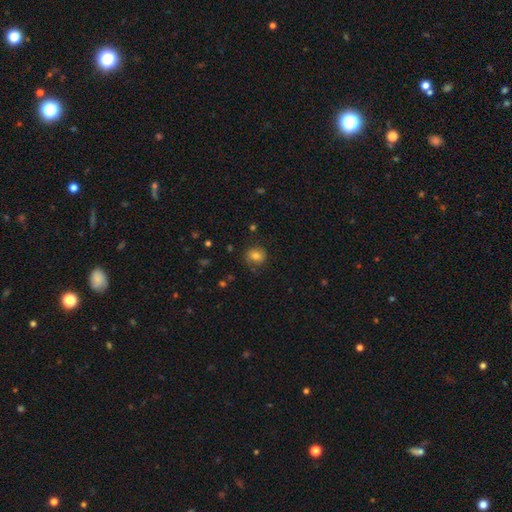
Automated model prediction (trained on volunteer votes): The model was most divided on "how rounded": round: 70%, in between: 29%, cigar-shaped: 1%. More confident: merging — none (74%); smooth or featured — smooth (73%).